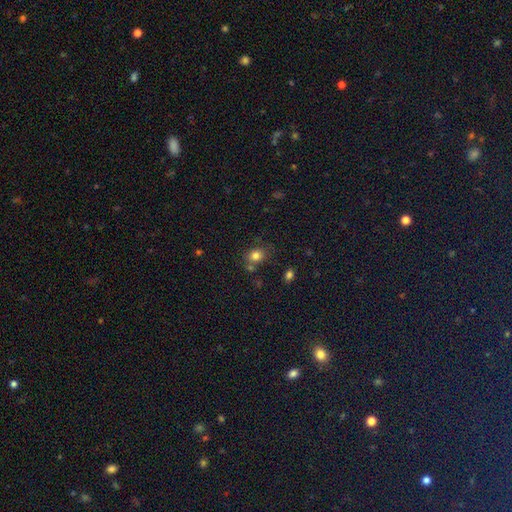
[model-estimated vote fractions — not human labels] A smooth galaxy with no disk features (80%) that is round (61%). Merging: none (65%).